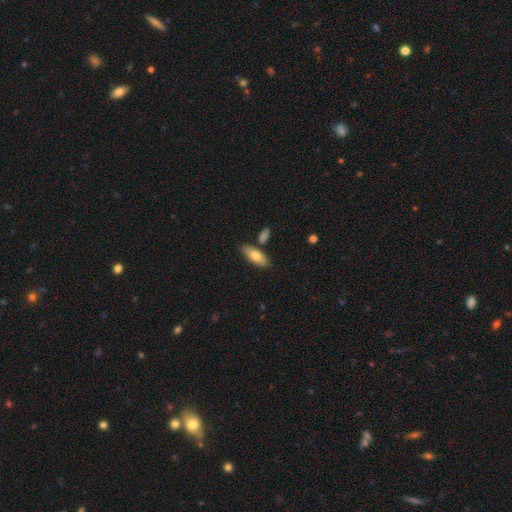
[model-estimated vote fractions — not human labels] Smooth or featured? smooth (75%)
How rounded? in between (75%)
Merging? none (78%)